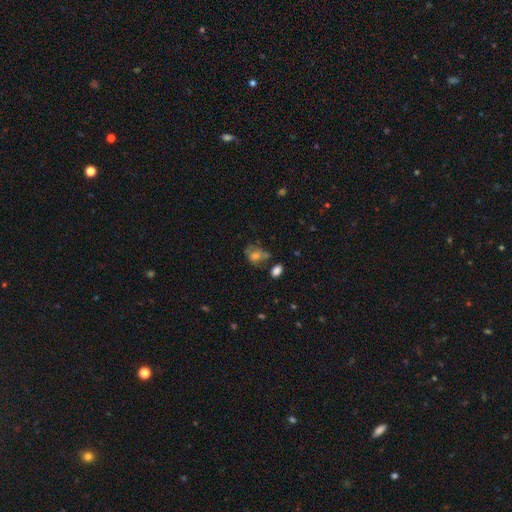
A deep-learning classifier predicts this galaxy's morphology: type=smooth (59%); roundness=in between (56%); merging=none (47%).